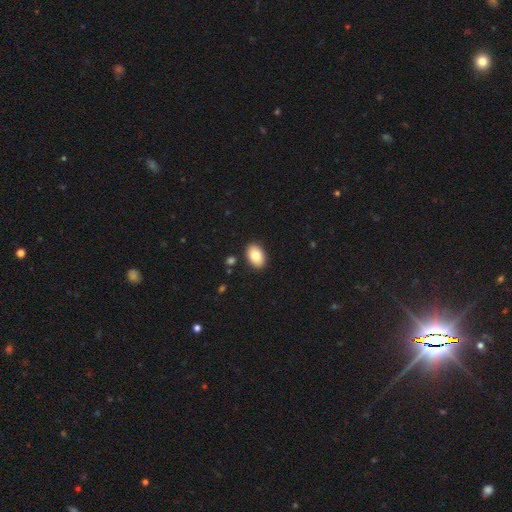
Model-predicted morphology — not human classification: The model was most divided on "smooth or featured": smooth: 82%, featured or disk: 11%, star or artifact: 7%. More confident: how rounded — in between (90%); merging — none (89%).